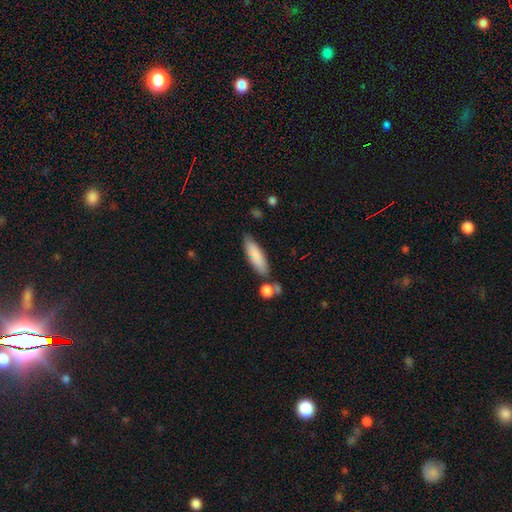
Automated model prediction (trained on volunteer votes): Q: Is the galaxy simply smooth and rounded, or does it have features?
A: smooth — 84%.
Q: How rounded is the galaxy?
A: cigar-shaped — 55%.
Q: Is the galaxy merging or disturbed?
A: none — 74%.